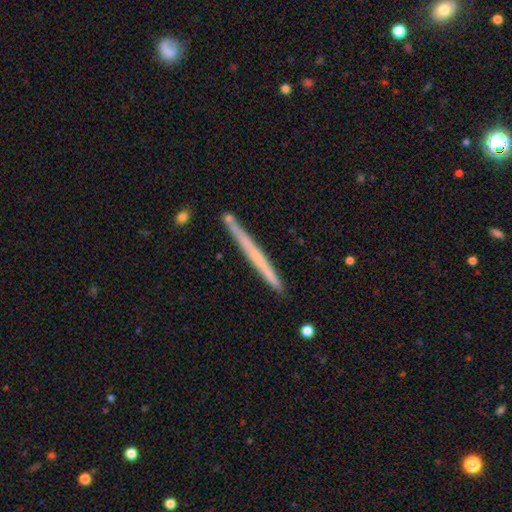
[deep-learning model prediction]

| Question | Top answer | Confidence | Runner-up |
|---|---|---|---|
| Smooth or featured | featured or disk | 49% | smooth (45%) |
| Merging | none | 88% | minor disturbance (8%) |